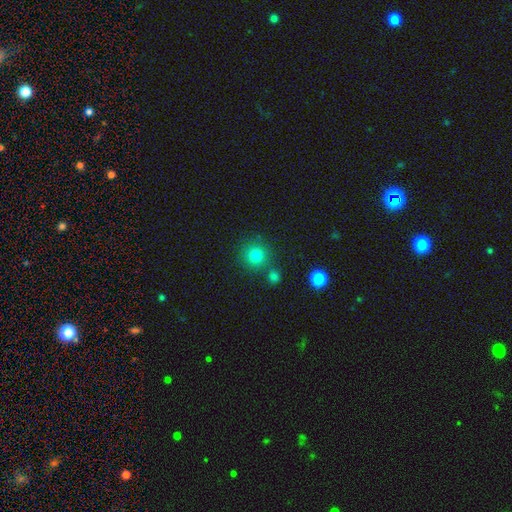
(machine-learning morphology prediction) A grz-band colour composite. It shows a smooth galaxy with no disk features (81%) that is round (92%). Merging: none (77%).